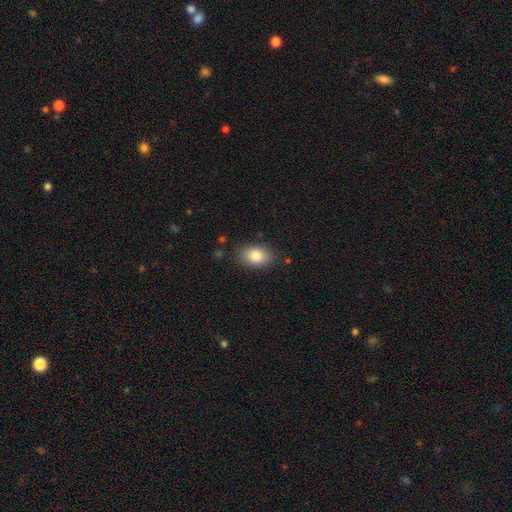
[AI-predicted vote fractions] smooth-or-featured: smooth: 85% | featured or disk: 8% | star or artifact: 7%
  how-rounded: in between: 87% | round: 12% | cigar-shaped: 1%
  merging: none: 82% | minor disturbance: 13% | major disturbance: 3% | merger: 2%